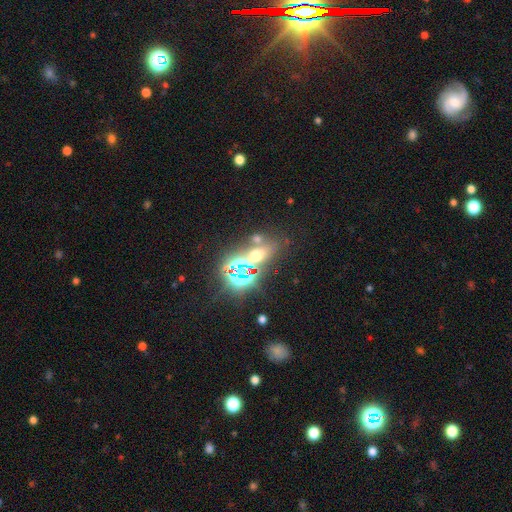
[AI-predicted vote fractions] Morphology: type=star or artifact (50%).